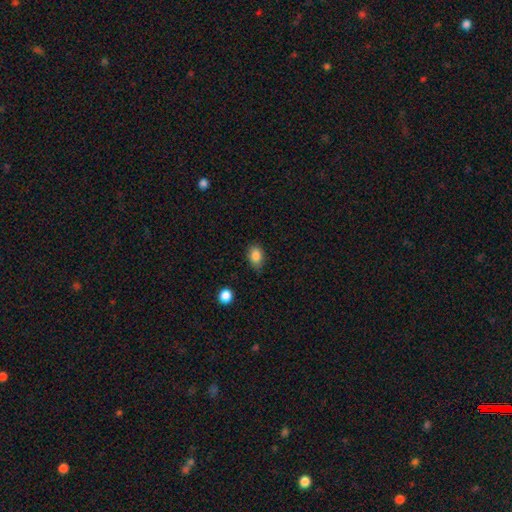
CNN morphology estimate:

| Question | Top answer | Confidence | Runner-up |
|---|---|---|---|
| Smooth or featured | smooth | 85% | star or artifact (9%) |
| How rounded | in between | 77% | round (21%) |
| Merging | none | 74% | minor disturbance (21%) |